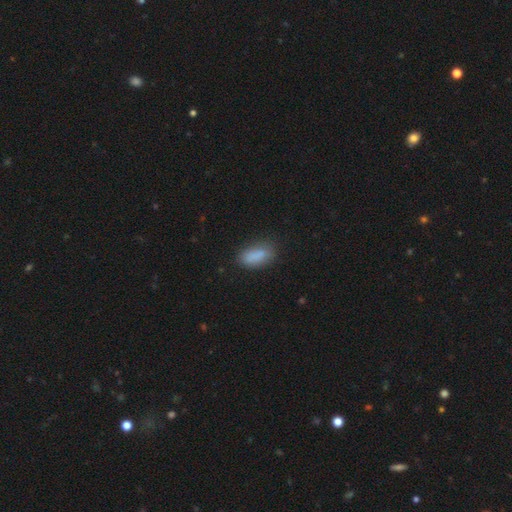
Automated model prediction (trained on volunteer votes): Morphology: type=smooth (84%); roundness=in between (82%); merging=none (72%).